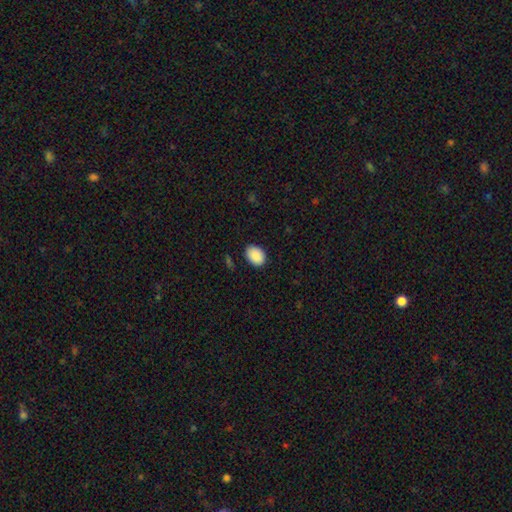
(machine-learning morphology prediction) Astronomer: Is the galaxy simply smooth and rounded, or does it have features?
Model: smooth — 90%.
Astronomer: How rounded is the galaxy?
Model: in between — 73%.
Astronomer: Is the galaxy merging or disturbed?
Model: none — 85%.